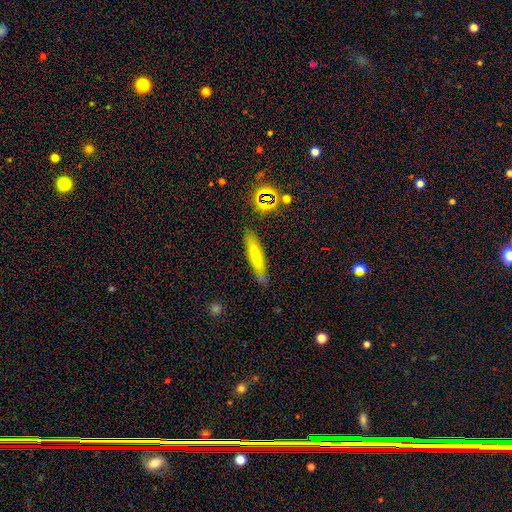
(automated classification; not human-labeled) smooth_or_featured: smooth (p=0.71) [alt: featured or disk p=0.18]
how_rounded: cigar-shaped (p=0.86) [alt: in between p=0.12]
merging: none (p=0.76) [alt: minor disturbance p=0.15]